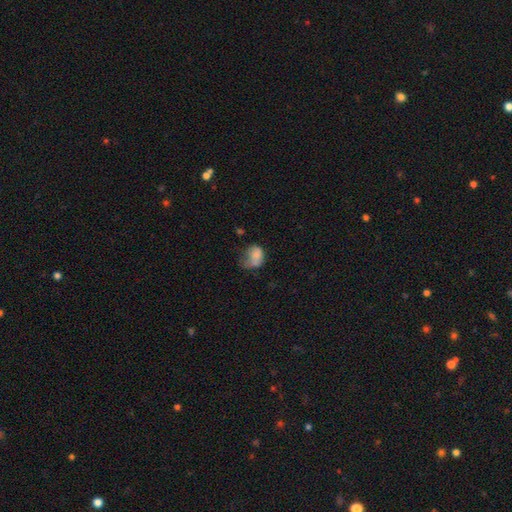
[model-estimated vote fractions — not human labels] Morphology: type=smooth (72%); roundness=in between (63%); merging=major disturbance (42%).